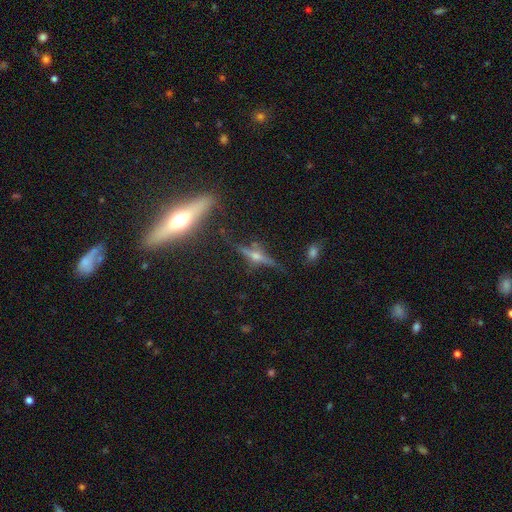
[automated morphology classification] smooth-or-featured: featured or disk: 63% | star or artifact: 20% | smooth: 17%
  disk-edge-on: yes: 91% | no: 9%
    edge-on-bulge: rounded: 87% | boxy: 8% | none: 6%
  merging: none: 77% | minor disturbance: 13% | major disturbance: 5% | merger: 4%